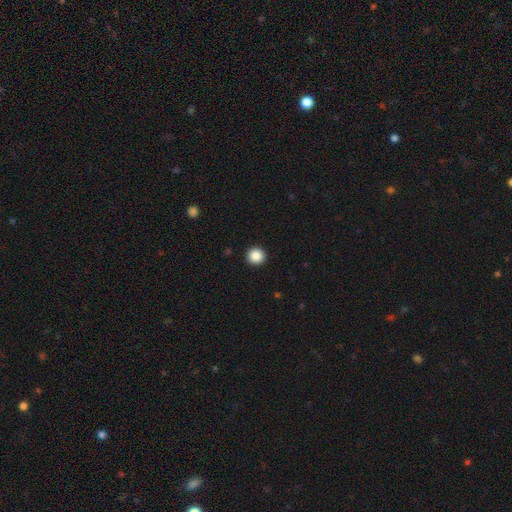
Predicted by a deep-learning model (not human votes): smooth-or-featured: smooth: 88% | star or artifact: 10% | featured or disk: 3%
  how-rounded: round: 94% | in between: 5% | cigar-shaped: 1%
  merging: none: 93% | minor disturbance: 4% | major disturbance: 2% | merger: 1%